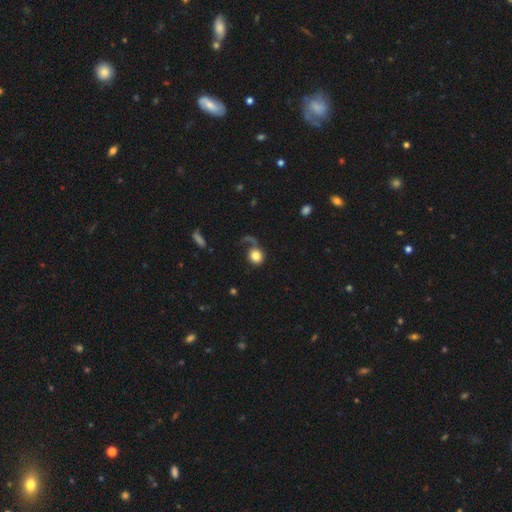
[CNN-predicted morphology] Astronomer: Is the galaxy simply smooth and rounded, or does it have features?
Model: smooth — 76%.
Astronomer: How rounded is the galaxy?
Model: round — 83%.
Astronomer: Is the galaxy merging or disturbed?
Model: none — 48% (runner-up: major disturbance, 28%).